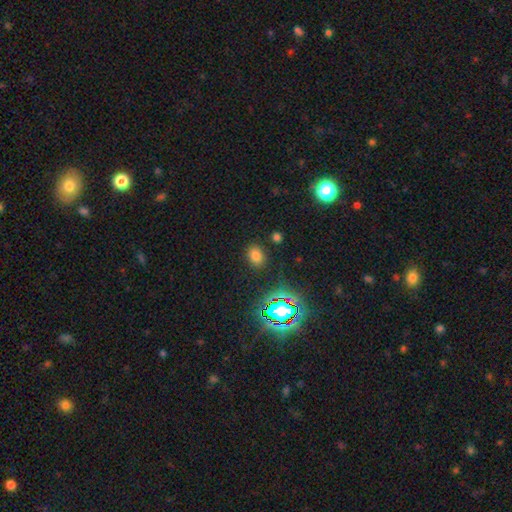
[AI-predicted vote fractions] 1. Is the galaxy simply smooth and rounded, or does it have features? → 72% smooth, 21% star or artifact, 7% featured or disk.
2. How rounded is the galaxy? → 67% in between, 31% round, 1% cigar-shaped.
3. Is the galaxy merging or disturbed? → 85% none, 9% minor disturbance, 3% major disturbance, 2% merger.